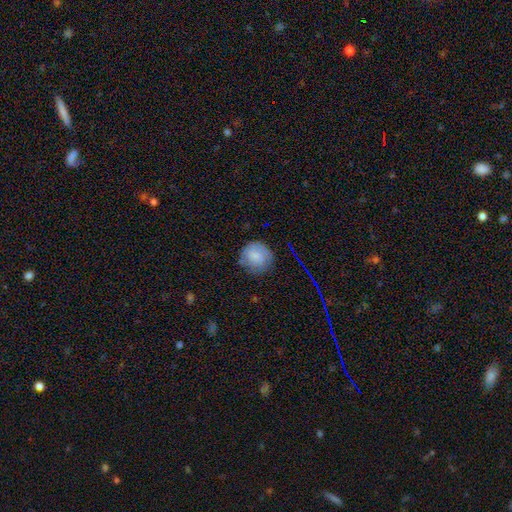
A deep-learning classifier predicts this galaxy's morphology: smooth 67%, featured or disk 24%, star or artifact 9%. Down the decision tree: how rounded — round (91%); merging — none (74%).